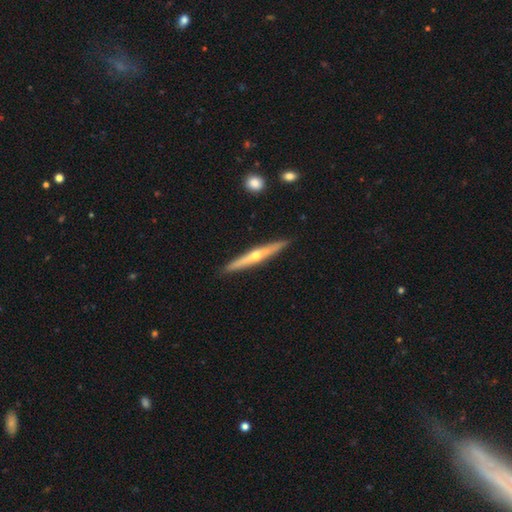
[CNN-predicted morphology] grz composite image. It shows a featured or disk galaxy (70%) viewed edge-on (97%) with a rounded central bulge (89%). Merging: none (91%).